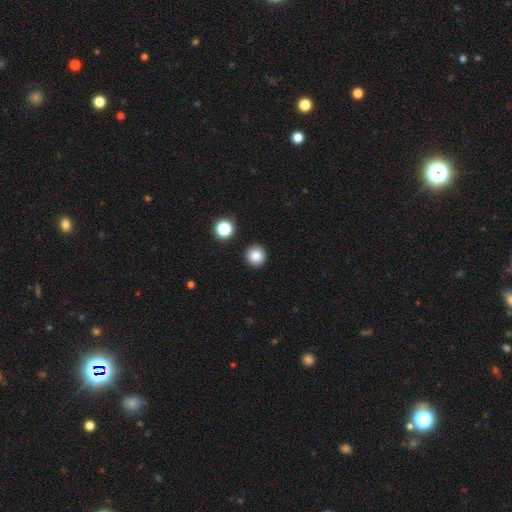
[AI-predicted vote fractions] smooth-or-featured: smooth: 84% | star or artifact: 11% | featured or disk: 5%
  how-rounded: round: 94% | in between: 5% | cigar-shaped: 1%
  merging: none: 91% | minor disturbance: 5% | major disturbance: 2% | merger: 2%